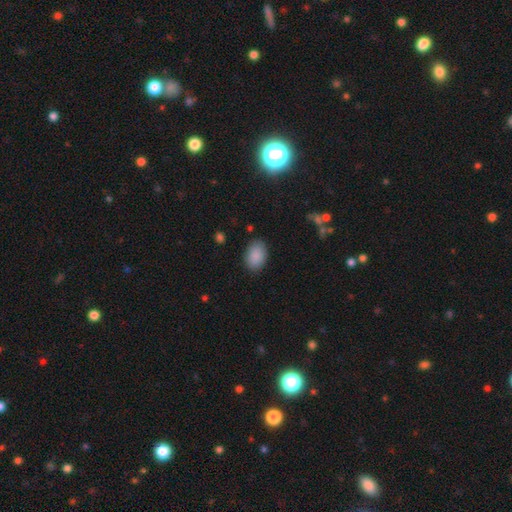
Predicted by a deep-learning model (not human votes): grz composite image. It shows a smooth galaxy with no disk features (89%) that is in between round and cigar-shaped (87%). Merging: none (86%).